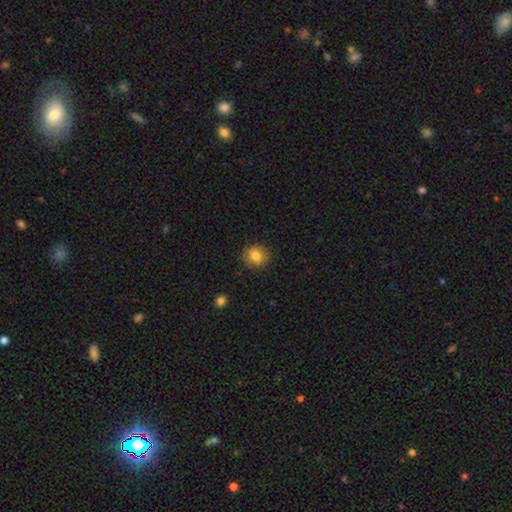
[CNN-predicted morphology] A smooth galaxy with no disk features (81%) that is round (76%).

Vote fractions:
- Smooth or featured? smooth: 81% / featured or disk: 10% / star or artifact: 9%
- How rounded? round: 76% / in between: 23% / cigar-shaped: 1%
- Merging? none: 85% / minor disturbance: 11% / major disturbance: 3% / merger: 1%